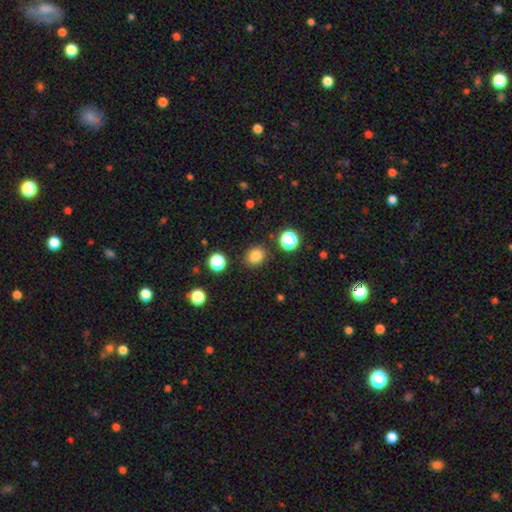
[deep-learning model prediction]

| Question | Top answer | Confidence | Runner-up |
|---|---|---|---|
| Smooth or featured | smooth | 82% | star or artifact (13%) |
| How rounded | round | 67% | in between (32%) |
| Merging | none | 87% | minor disturbance (8%) |